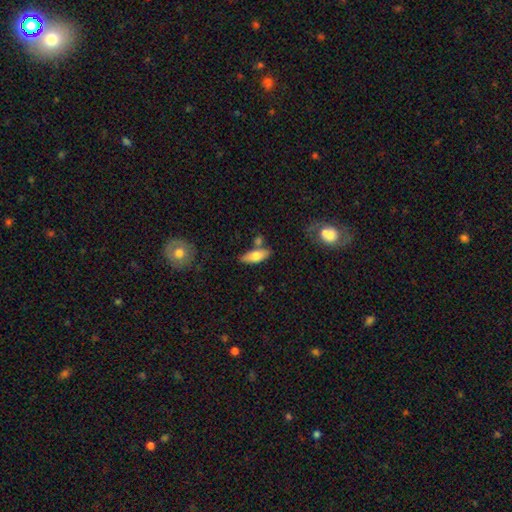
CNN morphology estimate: Smooth or featured?
  - smooth: 70% *
  - featured or disk: 23%
  - star or artifact: 6%
How rounded?
  - in between: 71% *
  - cigar-shaped: 26%
  - round: 3%
Merging?
  - none: 68% *
  - minor disturbance: 15%
  - merger: 13%
  - major disturbance: 4%